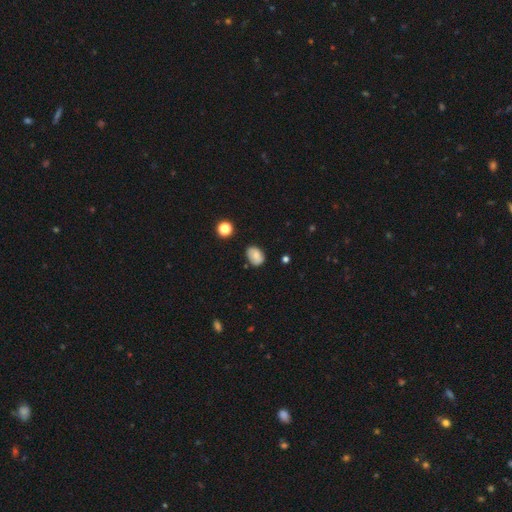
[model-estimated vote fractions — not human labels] smooth_or_featured: smooth (p=0.77) [alt: featured or disk p=0.13]
how_rounded: in between (p=0.79) [alt: round p=0.20]
merging: none (p=0.73) [alt: minor disturbance p=0.20]